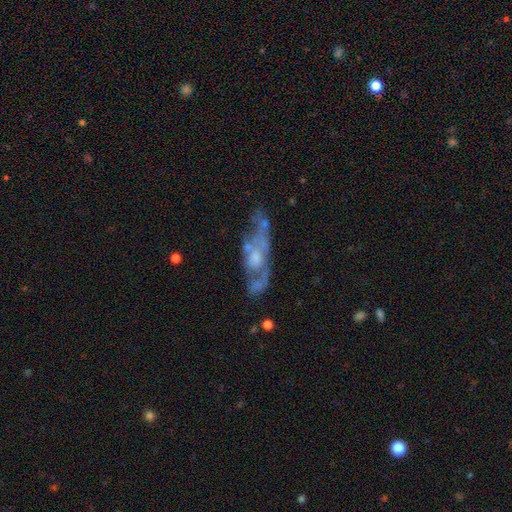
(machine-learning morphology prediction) Smooth or featured? featured or disk (69%)
Edge-on disk? no (76%)
Bar? no (81%)
Spiral arms? no (58%)
Bulge size? moderate (41%)
Merging? none (47%)